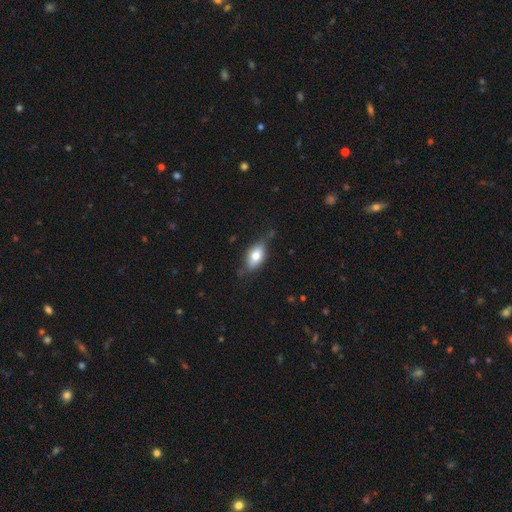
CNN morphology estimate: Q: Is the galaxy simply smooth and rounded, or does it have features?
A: smooth — 72%.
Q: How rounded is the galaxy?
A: in between — 87%.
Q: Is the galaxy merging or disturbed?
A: none — 65%.